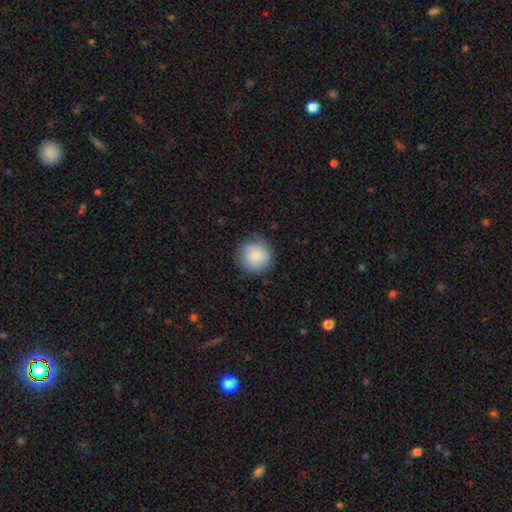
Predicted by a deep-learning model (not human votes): A smooth galaxy with no disk features (84%) that is round (94%). Merging: none (81%).